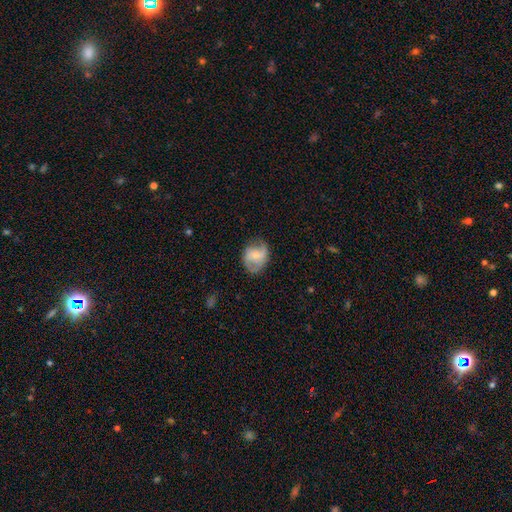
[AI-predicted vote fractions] The model was most divided on "bar": no: 47%, weak: 40%, strong: 13%. More confident: edge-on disk — no (97%); spiral arms — yes (84%); merging — none (68%); smooth or featured — featured or disk (57%); bulge size — small (51%).